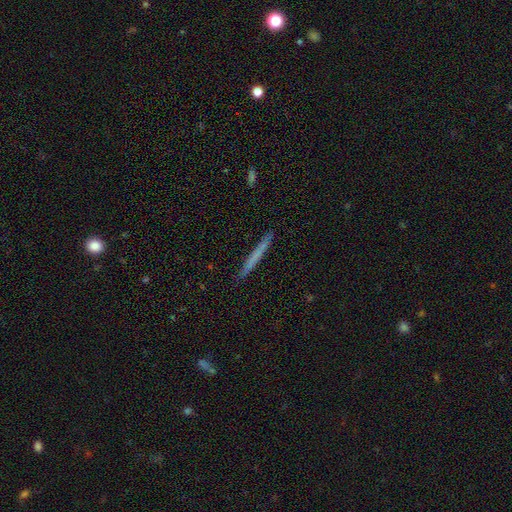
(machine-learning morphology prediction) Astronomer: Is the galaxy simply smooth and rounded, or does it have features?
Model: smooth — 59% (runner-up: featured or disk, 35%).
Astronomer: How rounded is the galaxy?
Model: cigar-shaped — 97%.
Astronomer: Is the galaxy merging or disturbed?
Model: none — 91%.